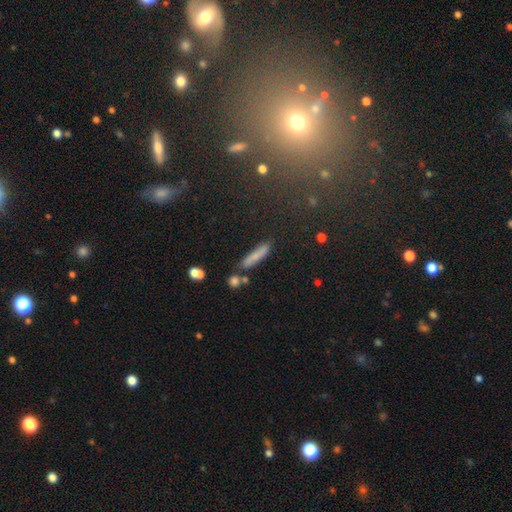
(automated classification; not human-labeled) This is likely a smooth galaxy (70%). How rounded: clearly cigar-shaped (82%). Merging: likely none (72%).